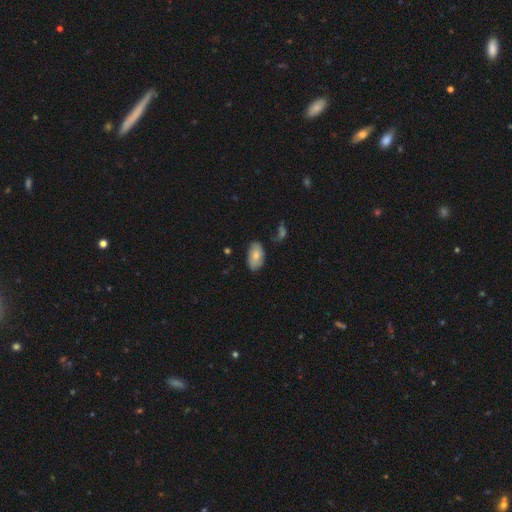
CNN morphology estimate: smooth_or_featured: smooth (p=0.74) [alt: featured or disk p=0.19]
how_rounded: in between (p=0.93) [alt: round p=0.05]
merging: none (p=0.74) [alt: minor disturbance p=0.19]